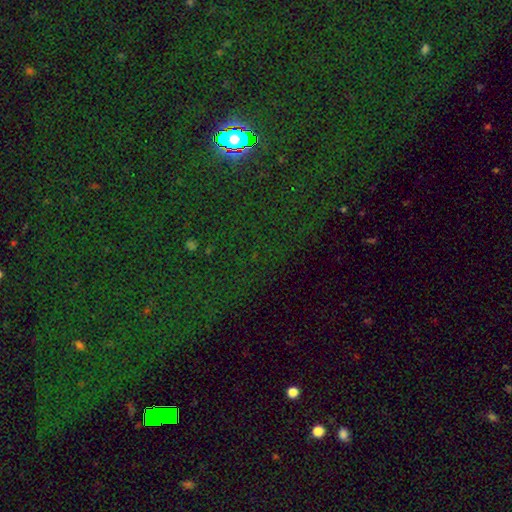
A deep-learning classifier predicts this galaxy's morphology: The model was most divided on "smooth or featured": star or artifact: 81%, smooth: 11%, featured or disk: 8%.